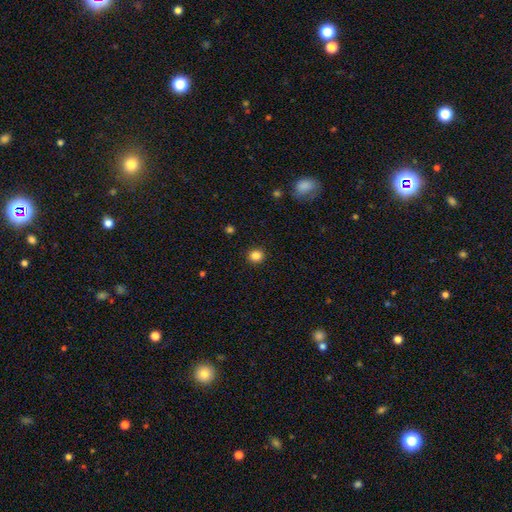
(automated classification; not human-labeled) smooth 85%, star or artifact 11%, featured or disk 3%. Down the decision tree: how rounded — round (89%); merging — none (92%).